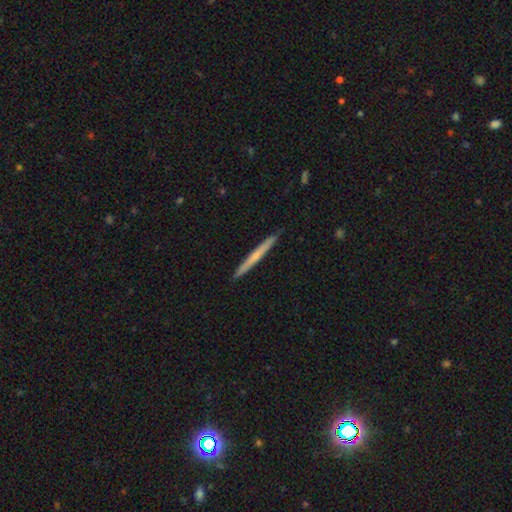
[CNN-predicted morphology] smooth-or-featured: smooth: 47% (tied) | featured or disk: 47% (tied) | star or artifact: 5%
  merging: none: 93% | minor disturbance: 5% | major disturbance: 1% | merger: 1%